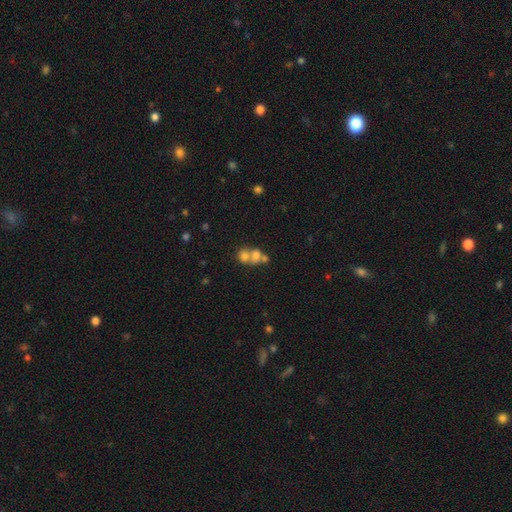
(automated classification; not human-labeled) Q: Smooth or featured?
A: smooth (66%); runner-up: featured or disk (21%)
Q: How rounded?
A: round (56%); runner-up: in between (43%)
Q: Merging?
A: merger (66%); runner-up: none (24%)